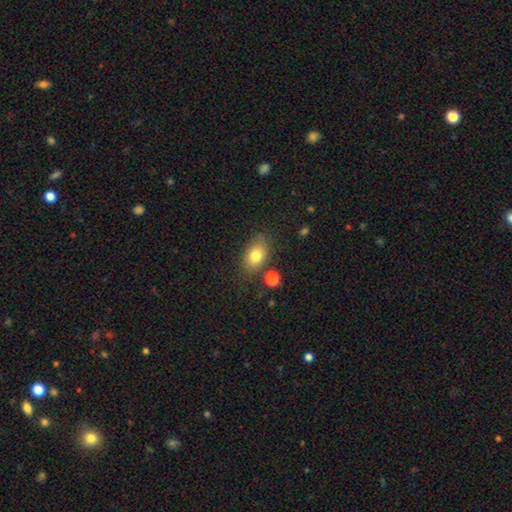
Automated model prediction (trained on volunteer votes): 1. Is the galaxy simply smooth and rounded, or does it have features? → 79% smooth, 11% featured or disk, 10% star or artifact.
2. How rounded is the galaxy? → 80% in between, 19% round, 2% cigar-shaped.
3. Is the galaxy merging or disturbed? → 75% none, 14% minor disturbance, 6% merger, 4% major disturbance.